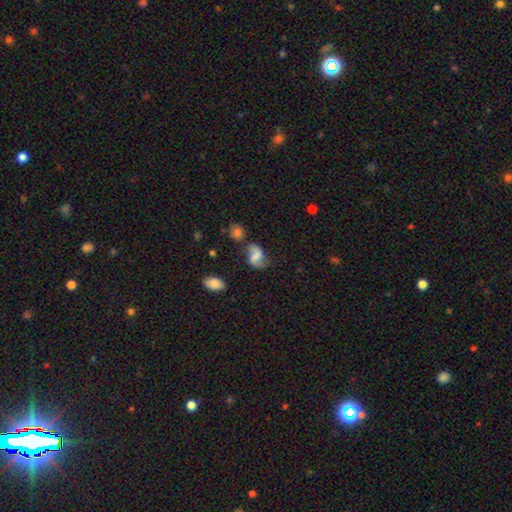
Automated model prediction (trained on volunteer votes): featured or disk 54%, smooth 36%, star or artifact 10%. Down the decision tree: edge-on disk — no (97%); bar — weak (44%); spiral arms — yes (86%); bulge size — none (42%); merging — none (55%).